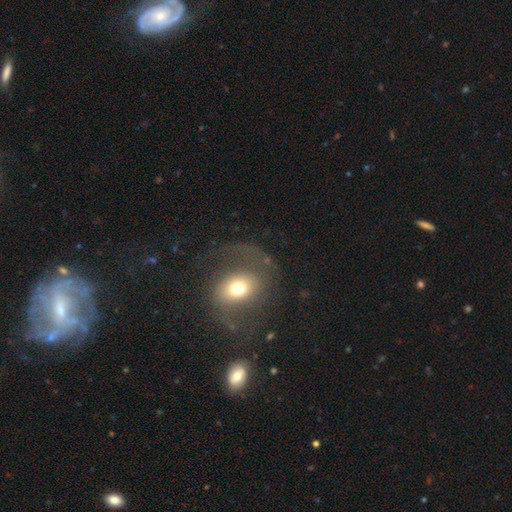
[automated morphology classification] featured or disk 57%, smooth 30%, star or artifact 13%. Down the decision tree: edge-on disk — no (95%); bar — no (53%); spiral arms — yes (71%); bulge size — moderate (65%); merging — none (58%).